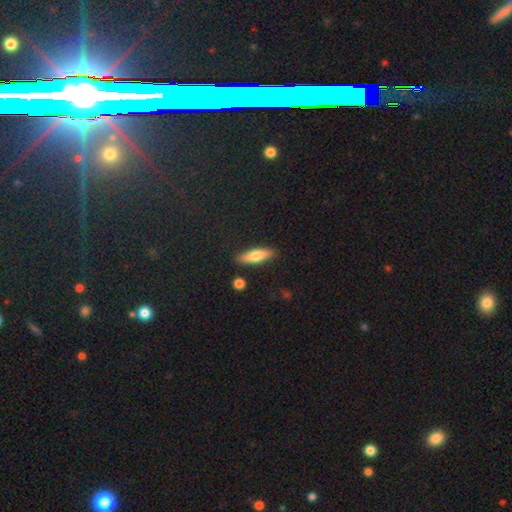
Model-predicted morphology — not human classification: A smooth galaxy with no disk features (67%) that is cigar-shaped (58%).

Vote fractions:
- Smooth or featured? smooth: 67% / featured or disk: 27% / star or artifact: 6%
- How rounded? cigar-shaped: 58% / in between: 40% / round: 3%
- Merging? none: 86% / minor disturbance: 9% / merger: 2% / major disturbance: 2%